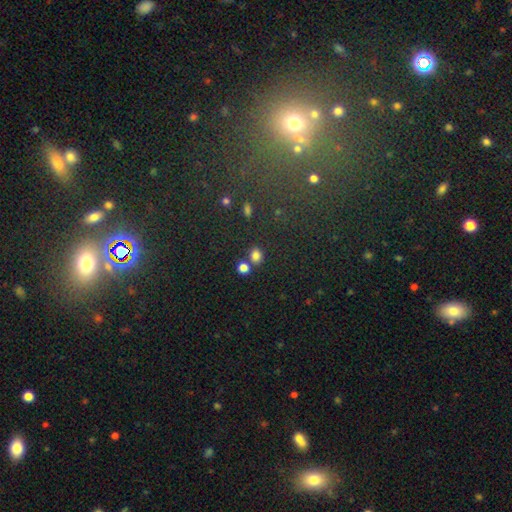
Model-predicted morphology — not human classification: type=smooth (80%); roundness=round (67%); merging=none (68%).